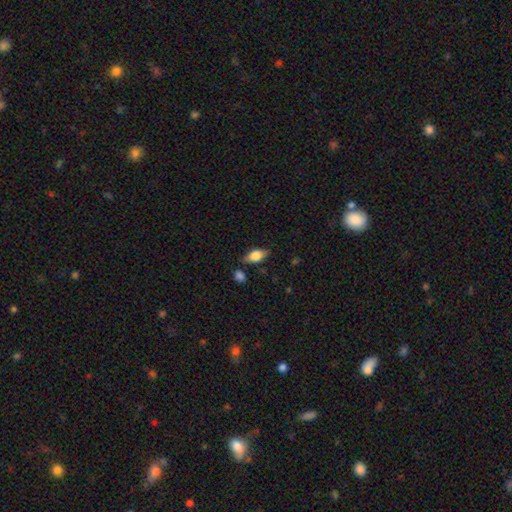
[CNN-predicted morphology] This is likely a smooth galaxy (66%). How rounded: clearly in between (82%). Merging: likely none (77%).